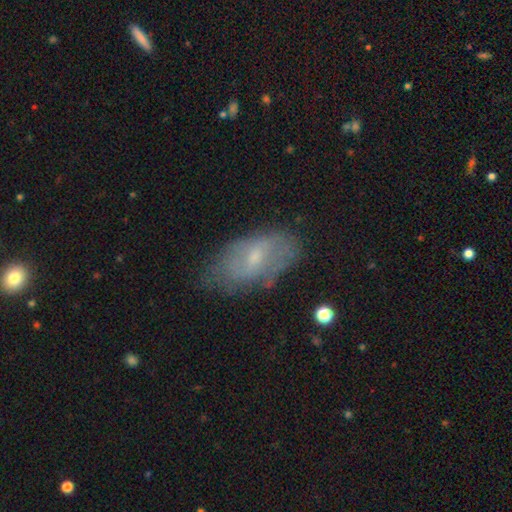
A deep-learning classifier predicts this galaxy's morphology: type=featured or disk (49%); merging=none (65%).